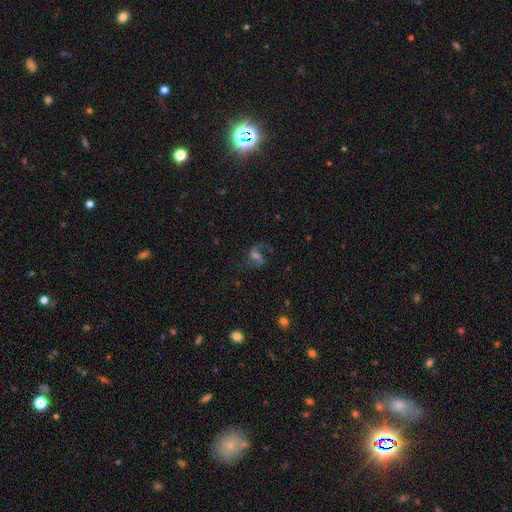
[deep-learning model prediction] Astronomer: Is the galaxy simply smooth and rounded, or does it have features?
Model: featured or disk — 74%.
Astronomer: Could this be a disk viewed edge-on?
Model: no — 97%.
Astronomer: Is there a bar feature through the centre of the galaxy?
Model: weak — 47% (runner-up: strong, 29%).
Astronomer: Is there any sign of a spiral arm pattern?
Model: yes — 93%.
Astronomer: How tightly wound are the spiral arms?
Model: loose — 53% (runner-up: medium, 39%).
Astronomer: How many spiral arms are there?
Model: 2 — 77%.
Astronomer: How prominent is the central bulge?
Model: moderate — 44% (runner-up: small, 33%).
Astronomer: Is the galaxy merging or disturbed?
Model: none — 62%.